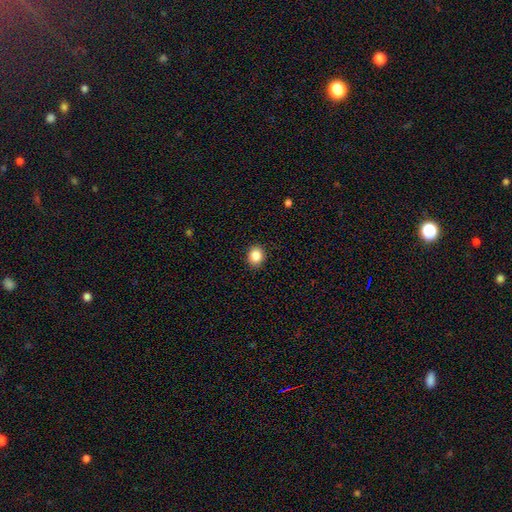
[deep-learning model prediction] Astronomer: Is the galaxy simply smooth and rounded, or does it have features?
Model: smooth — 86%.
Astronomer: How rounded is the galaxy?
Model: round — 74%.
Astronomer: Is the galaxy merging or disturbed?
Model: none — 91%.